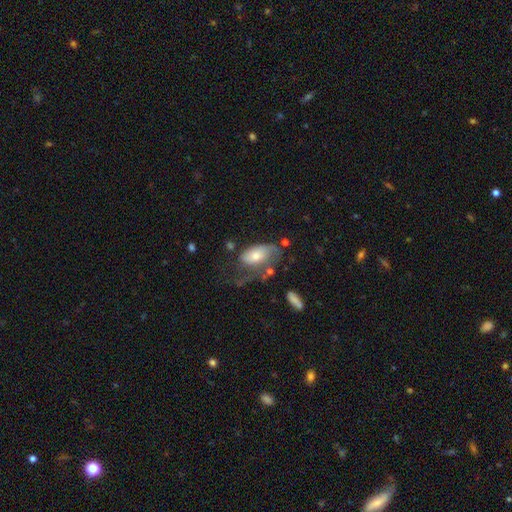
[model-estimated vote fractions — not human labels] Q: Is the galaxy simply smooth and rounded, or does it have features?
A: smooth — 52%.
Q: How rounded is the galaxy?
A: in between — 91%.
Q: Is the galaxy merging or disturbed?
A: major disturbance — 42%.